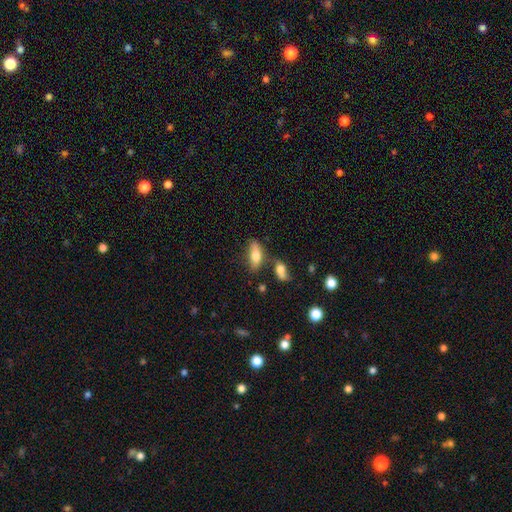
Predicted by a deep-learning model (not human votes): Morphology: type=smooth (72%); roundness=in between (78%); merging=none (54%).